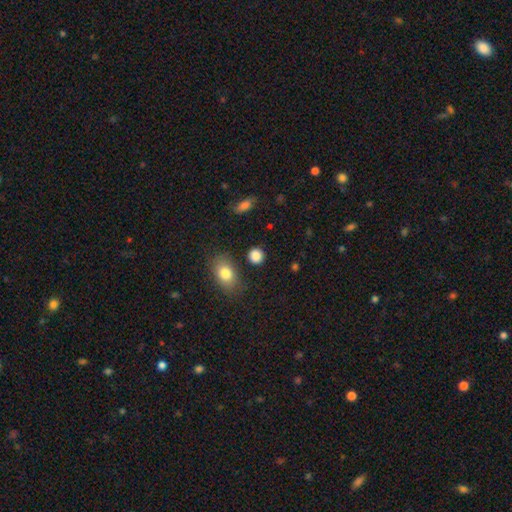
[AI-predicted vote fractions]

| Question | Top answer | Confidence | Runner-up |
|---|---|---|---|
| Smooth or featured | smooth | 86% | star or artifact (10%) |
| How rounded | round | 83% | in between (15%) |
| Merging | none | 87% | minor disturbance (8%) |